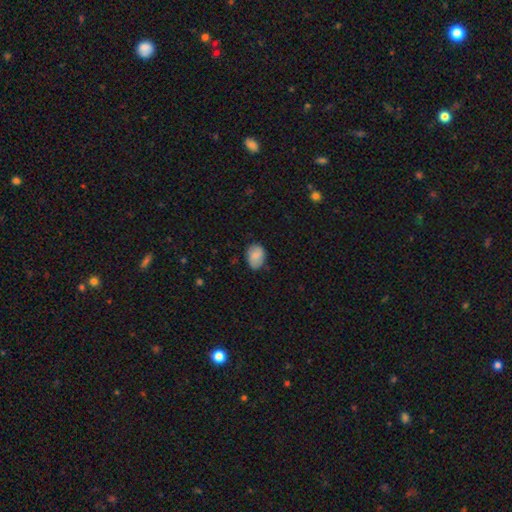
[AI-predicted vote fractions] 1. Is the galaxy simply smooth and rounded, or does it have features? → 81% smooth, 11% featured or disk, 7% star or artifact.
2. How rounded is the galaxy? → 74% in between, 25% round, 1% cigar-shaped.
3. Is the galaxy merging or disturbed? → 72% none, 23% minor disturbance, 4% major disturbance, 1% merger.